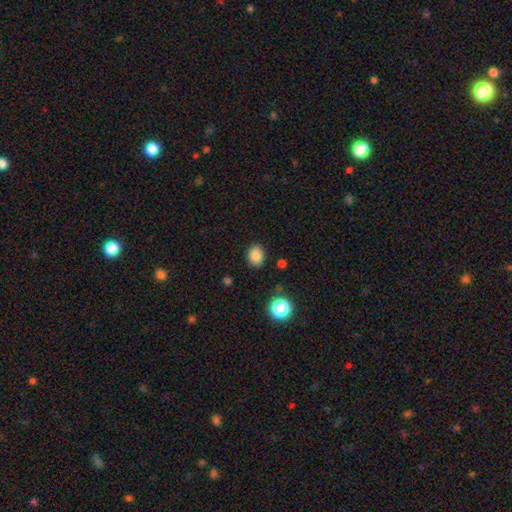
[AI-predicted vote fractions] This appears to be a smooth galaxy with no disk features (84%) that is in between round and cigar-shaped (54%). Merging: none (87%).